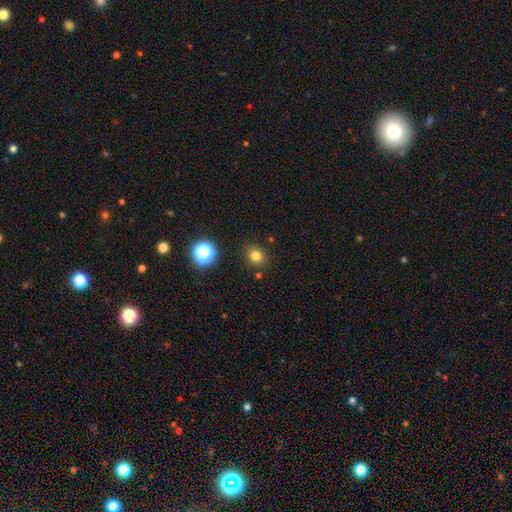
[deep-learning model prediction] Smooth or featured? Predicted: smooth (p=0.79). How rounded? Predicted: round (p=0.83). Merging? Predicted: none (p=0.88).